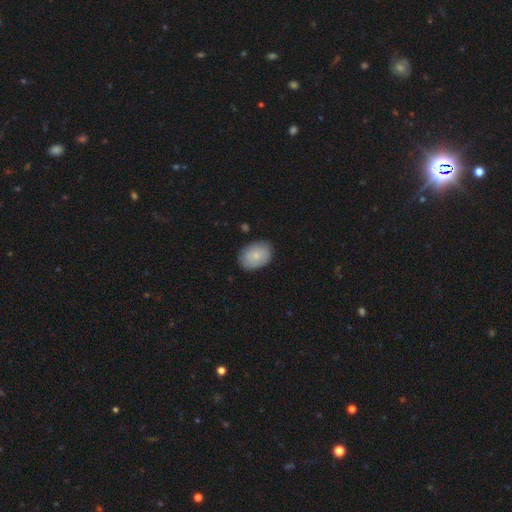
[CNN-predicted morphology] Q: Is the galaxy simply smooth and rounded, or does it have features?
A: smooth — 80%.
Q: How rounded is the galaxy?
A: in between — 76%.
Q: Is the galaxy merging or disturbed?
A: none — 84%.